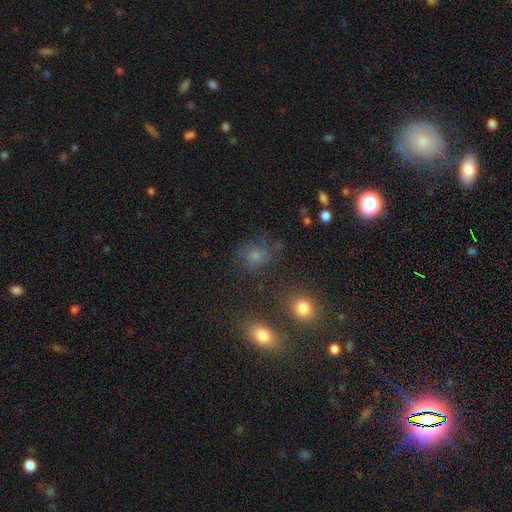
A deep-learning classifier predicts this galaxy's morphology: Overall: smooth (57%; featured or disk 22%). How rounded: round (68%; in between 31%). Merging: none (65%).